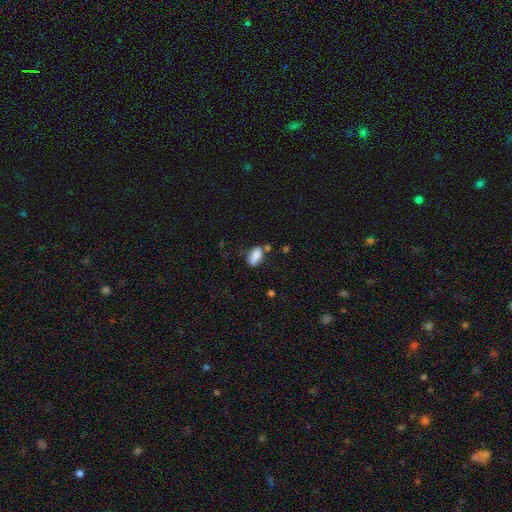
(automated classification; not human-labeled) Q: Smooth or featured?
A: smooth (86%); runner-up: star or artifact (8%)
Q: How rounded?
A: in between (88%); runner-up: cigar-shaped (7%)
Q: Merging?
A: none (64%); runner-up: minor disturbance (21%)